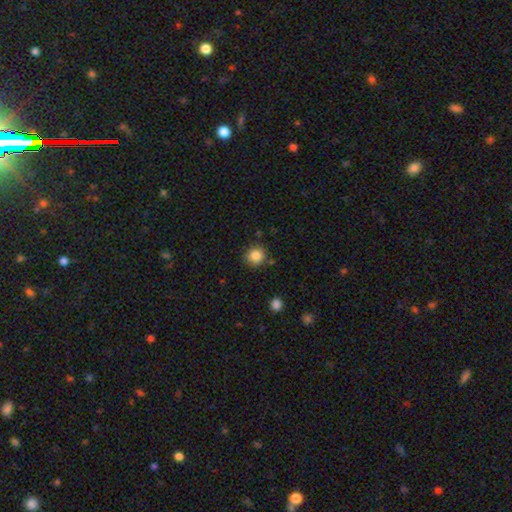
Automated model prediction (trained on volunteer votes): smooth_or_featured: smooth (p=0.86) [alt: star or artifact p=0.10]
how_rounded: round (p=0.89) [alt: in between p=0.10]
merging: none (p=0.83) [alt: minor disturbance p=0.10]